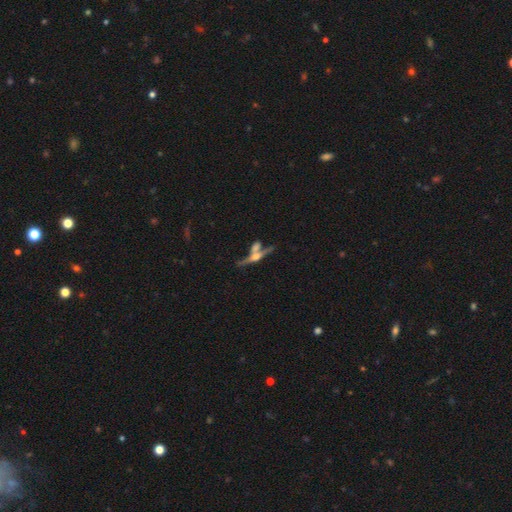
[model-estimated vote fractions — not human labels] featured or disk 74%, smooth 17%, star or artifact 9%. Down the decision tree: edge-on disk — yes (92%); edge-on bulge — rounded (90%); merging — none (51%).